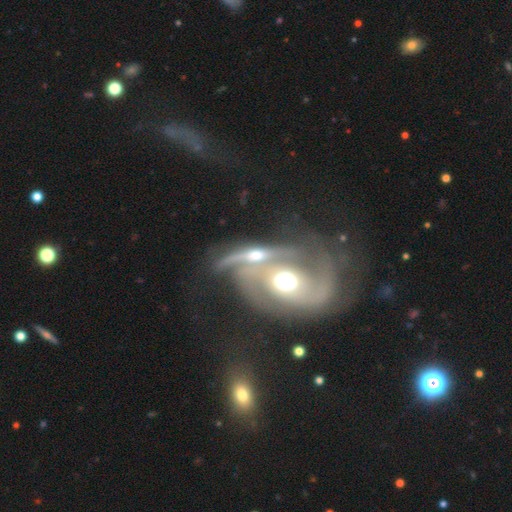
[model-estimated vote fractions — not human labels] Smooth or featured: featured or disk — 74% (smooth — 18%)
Edge-on disk: no — 77% (yes — 23%)
Bar: no — 65% (weak — 22%)
Spiral arms: yes — 74% (no — 26%)
Bulge size: moderate — 62% (large — 21%)
Merging: merger — 57% (none — 22%)